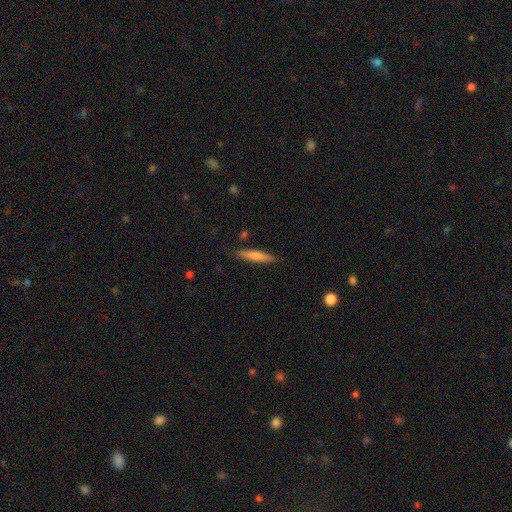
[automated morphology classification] This appears to be a smooth galaxy with no disk features (70%) that is cigar-shaped (88%). Merging: none (87%).